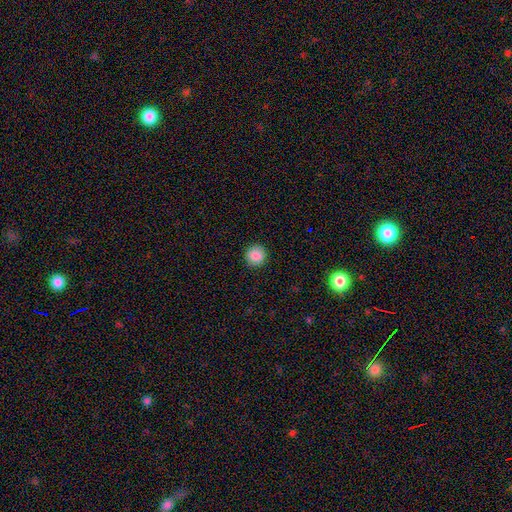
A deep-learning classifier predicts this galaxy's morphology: Q: Smooth or featured?
A: smooth (87%); runner-up: star or artifact (9%)
Q: How rounded?
A: round (93%); runner-up: in between (6%)
Q: Merging?
A: none (91%); runner-up: minor disturbance (6%)